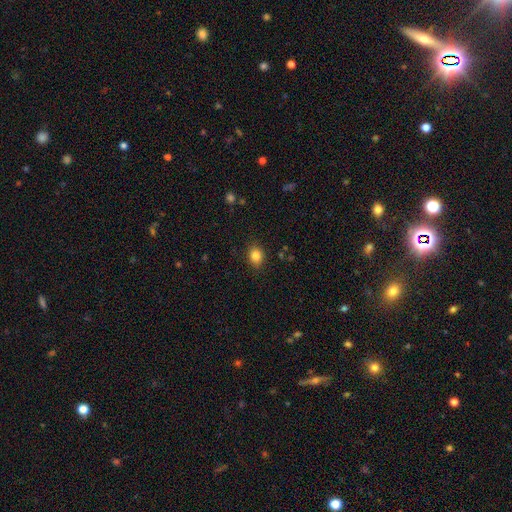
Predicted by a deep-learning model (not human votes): smooth 84%, star or artifact 10%, featured or disk 5%. Down the decision tree: how rounded — round (52%); merging — none (87%).